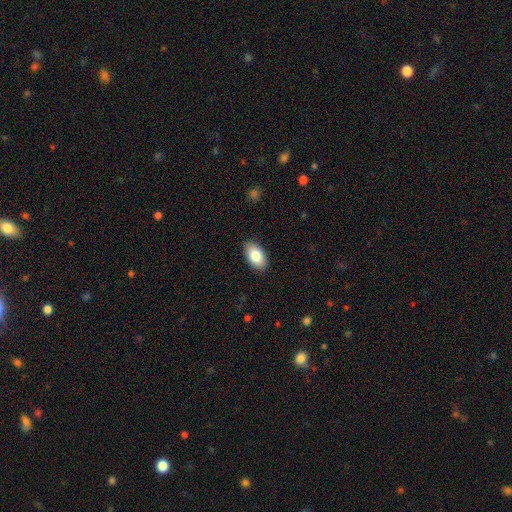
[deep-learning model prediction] A smooth galaxy with no disk features (83%) that is in between round and cigar-shaped (94%). Merging: none (87%).